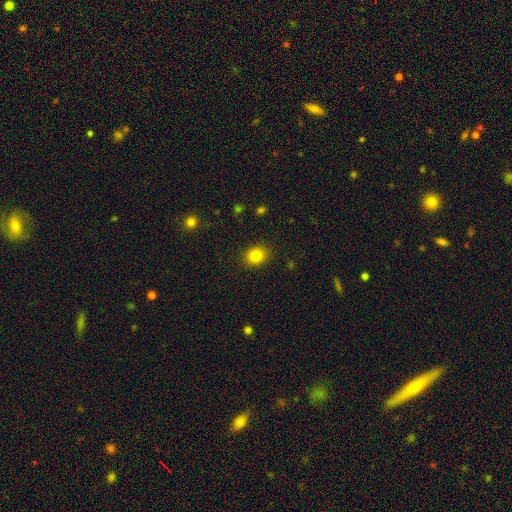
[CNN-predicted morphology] Smooth or featured?
  - smooth: 83% *
  - star or artifact: 11%
  - featured or disk: 6%
How rounded?
  - round: 58% *
  - in between: 42%
  - cigar-shaped: 1%
Merging?
  - none: 89% *
  - minor disturbance: 8%
  - major disturbance: 2%
  - merger: 1%